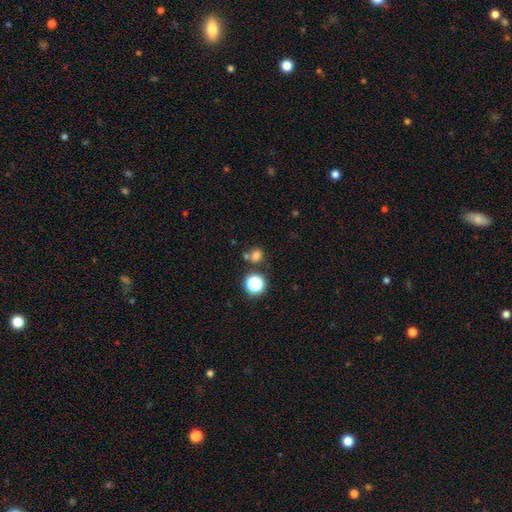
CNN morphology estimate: This is likely a smooth galaxy (71%). How rounded: clearly round (82%). Merging: likely none (64%).